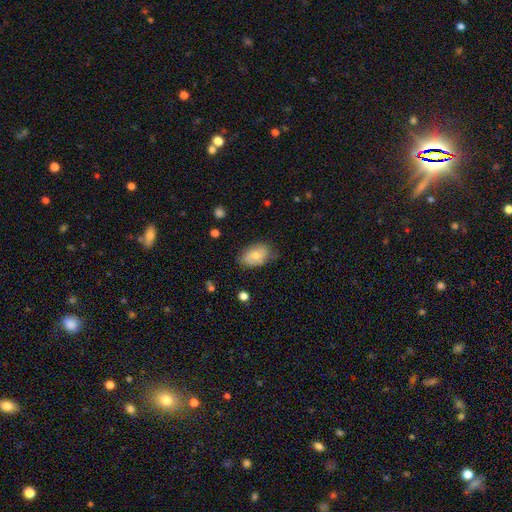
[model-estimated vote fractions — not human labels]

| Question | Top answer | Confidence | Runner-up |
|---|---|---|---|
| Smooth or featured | smooth | 67% | featured or disk (26%) |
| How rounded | in between | 90% | round (9%) |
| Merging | none | 68% | minor disturbance (25%) |